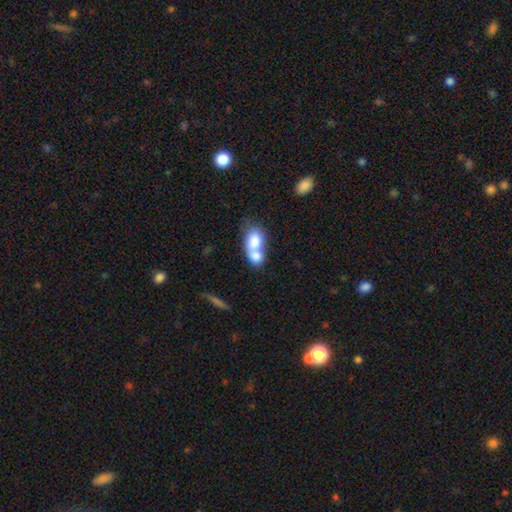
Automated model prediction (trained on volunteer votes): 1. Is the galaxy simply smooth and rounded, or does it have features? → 73% smooth, 19% featured or disk, 8% star or artifact.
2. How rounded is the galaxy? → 73% in between, 24% round, 3% cigar-shaped.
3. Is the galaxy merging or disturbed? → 72% merger, 16% none, 6% minor disturbance, 5% major disturbance.